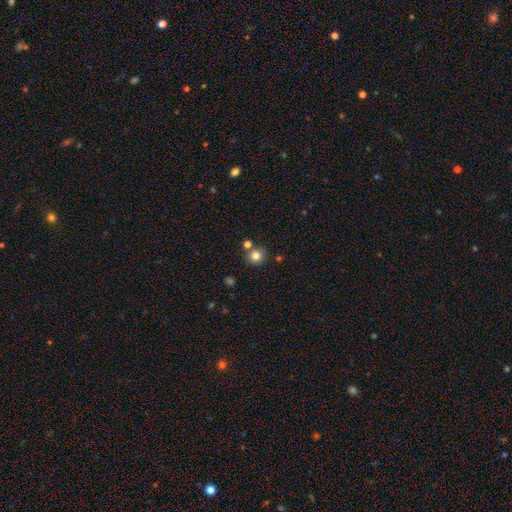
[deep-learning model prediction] Smooth or featured? smooth (81%)
How rounded? round (90%)
Merging? none (77%)